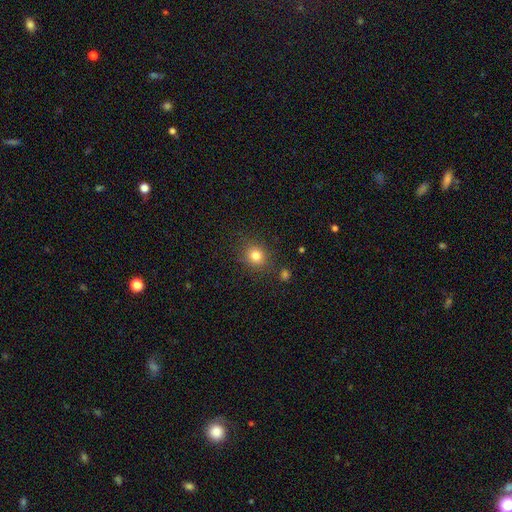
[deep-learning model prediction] Smooth or featured? smooth (80%)
How rounded? round (77%)
Merging? none (83%)